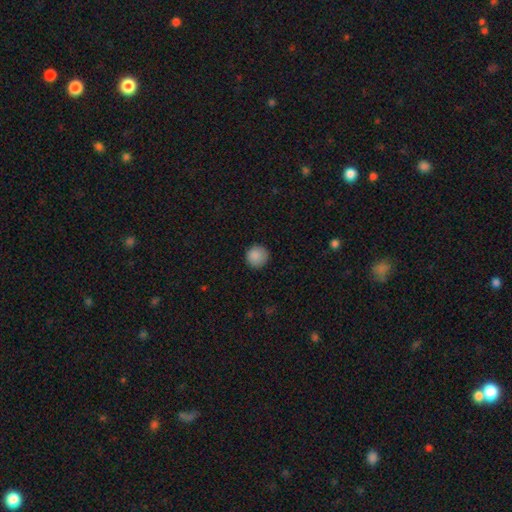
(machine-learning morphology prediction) smooth 88%, star or artifact 9%, featured or disk 3%. Down the decision tree: how rounded — round (94%); merging — none (89%).